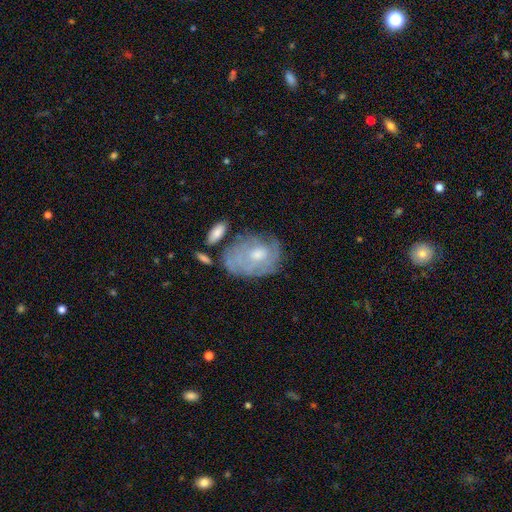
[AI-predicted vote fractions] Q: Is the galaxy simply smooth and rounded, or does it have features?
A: featured or disk — 59%.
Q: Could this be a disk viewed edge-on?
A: no — 95%.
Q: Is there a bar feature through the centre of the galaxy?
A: no — 80%.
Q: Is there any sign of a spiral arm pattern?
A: yes — 60%.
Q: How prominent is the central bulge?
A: moderate — 57%.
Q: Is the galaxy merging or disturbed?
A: none — 52%.